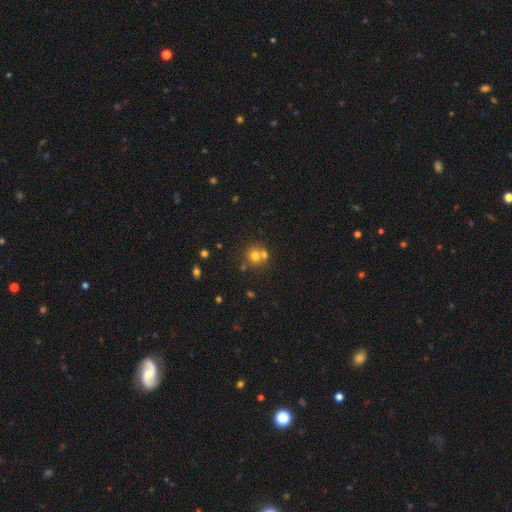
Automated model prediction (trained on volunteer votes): This is likely a smooth galaxy (68%). How rounded: clearly round (86%). Merging: possibly none (50%).